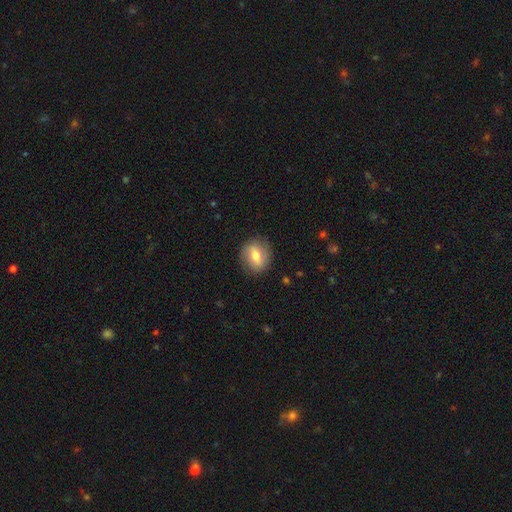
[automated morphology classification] Overall: smooth (58%; featured or disk 34%). How rounded: round (67%; in between 31%). Merging: none (86%).